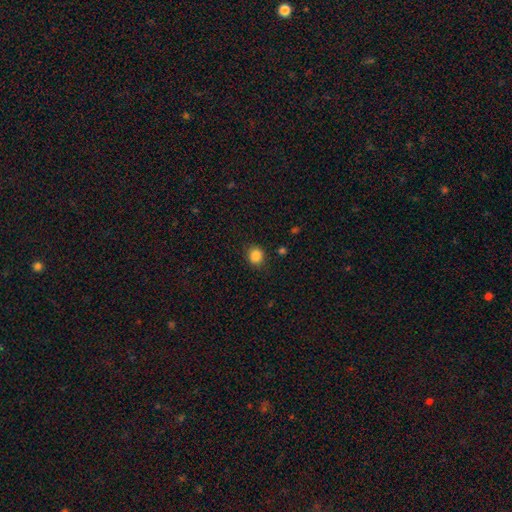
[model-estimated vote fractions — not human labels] A smooth galaxy with no disk features (85%) that is round (81%).

Vote fractions:
- Smooth or featured? smooth: 85% / star or artifact: 11% / featured or disk: 4%
- How rounded? round: 81% / in between: 19% / cigar-shaped: 1%
- Merging? none: 87% / minor disturbance: 9% / major disturbance: 3% / merger: 1%